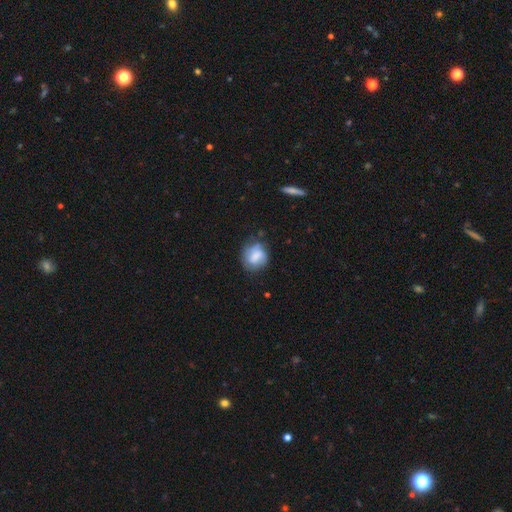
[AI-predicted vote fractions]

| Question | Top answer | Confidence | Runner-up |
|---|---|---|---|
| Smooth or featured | smooth | 62% | featured or disk (30%) |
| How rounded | round | 69% | in between (30%) |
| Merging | none | 61% | minor disturbance (26%) |